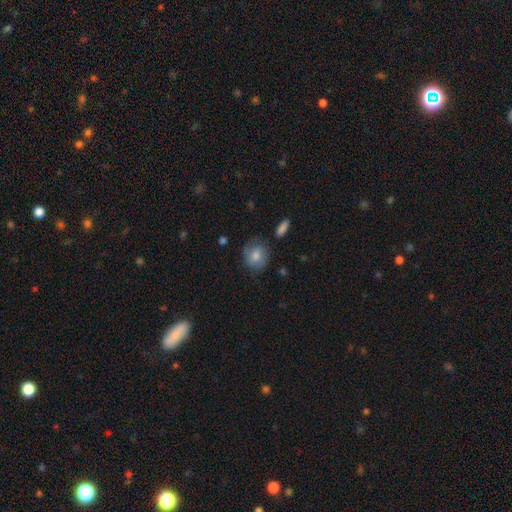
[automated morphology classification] smooth_or_featured: smooth (p=0.73) [alt: featured or disk p=0.20]
how_rounded: round (p=0.68) [alt: in between p=0.31]
merging: none (p=0.69) [alt: minor disturbance p=0.22]